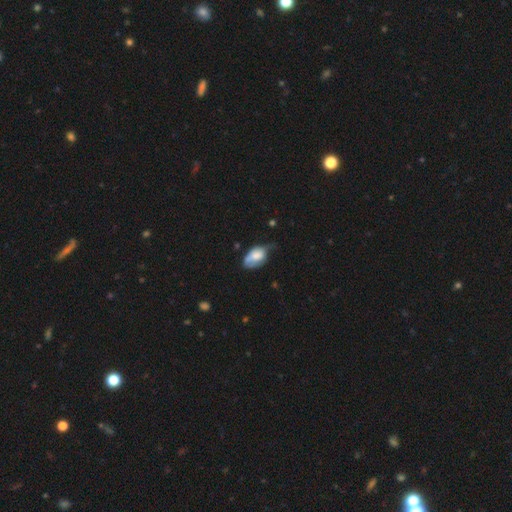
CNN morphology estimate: Smooth or featured? smooth (68%)
How rounded? in between (91%)
Merging? minor disturbance (45%)